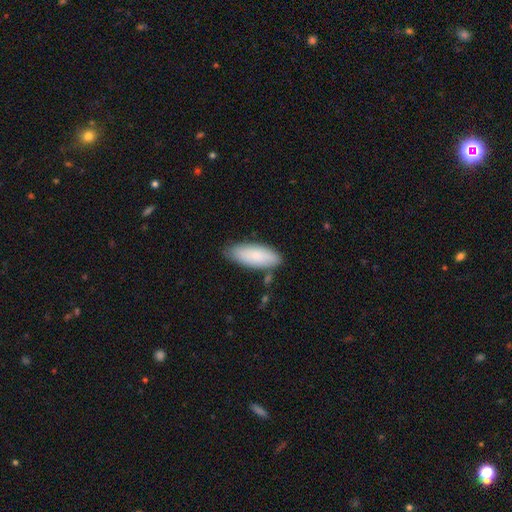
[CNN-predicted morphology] smooth 81%, featured or disk 13%, star or artifact 6%. Down the decision tree: how rounded — in between (77%); merging — none (76%).